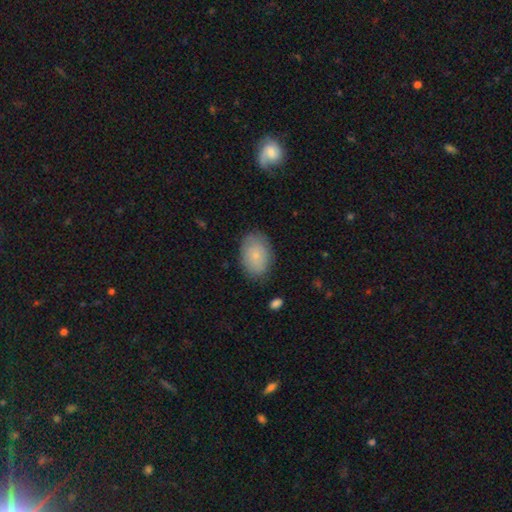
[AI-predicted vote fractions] A smooth galaxy with no disk features (79%) that is in between round and cigar-shaped (85%).

Vote fractions:
- Smooth or featured? smooth: 79% / featured or disk: 14% / star or artifact: 7%
- How rounded? in between: 85% / round: 14% / cigar-shaped: 1%
- Merging? none: 80% / minor disturbance: 15% / major disturbance: 4% / merger: 1%